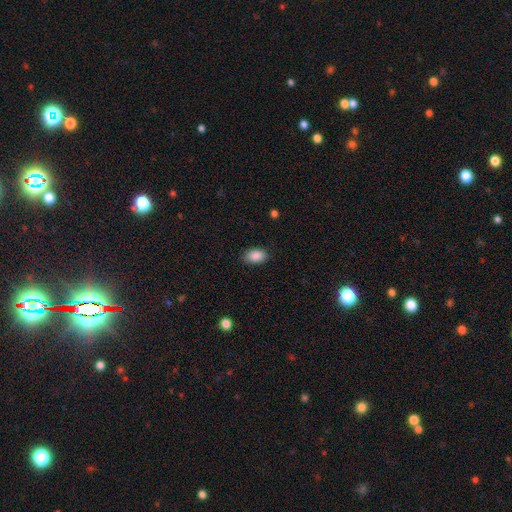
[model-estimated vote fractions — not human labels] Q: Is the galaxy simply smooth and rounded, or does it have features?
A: smooth — 89%.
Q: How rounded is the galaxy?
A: in between — 91%.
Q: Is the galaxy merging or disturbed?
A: none — 86%.